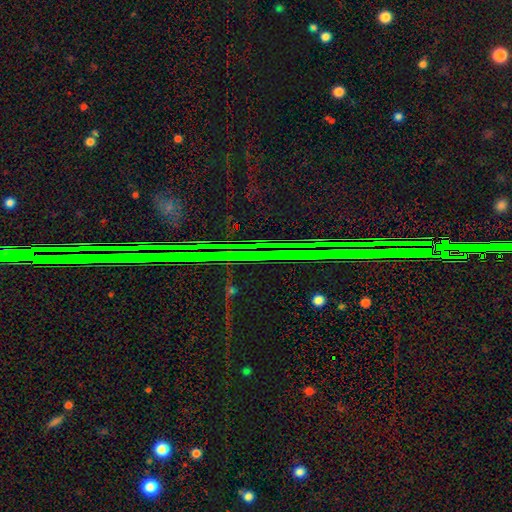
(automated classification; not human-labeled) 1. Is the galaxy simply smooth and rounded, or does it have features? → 83% star or artifact, 9% featured or disk, 8% smooth.